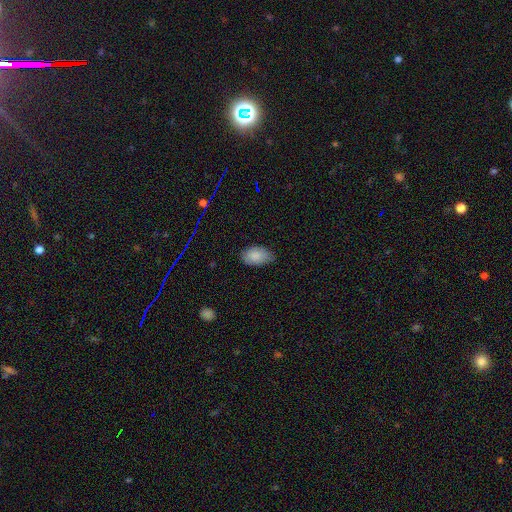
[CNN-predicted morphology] smooth 86%, star or artifact 7%, featured or disk 7%. Down the decision tree: how rounded — in between (92%); merging — none (69%).